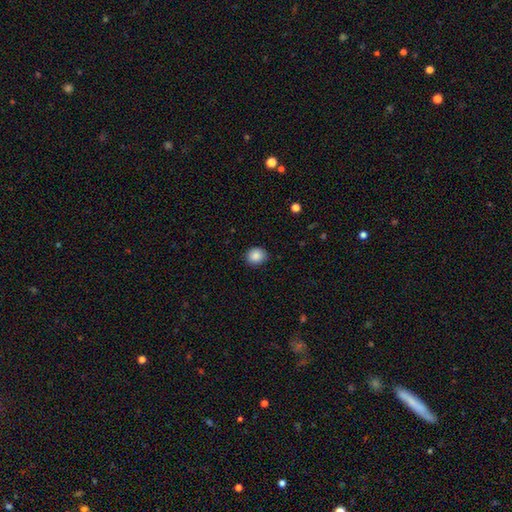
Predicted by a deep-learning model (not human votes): Overall: smooth (88%). How rounded: round (72%). Merging: none (85%).